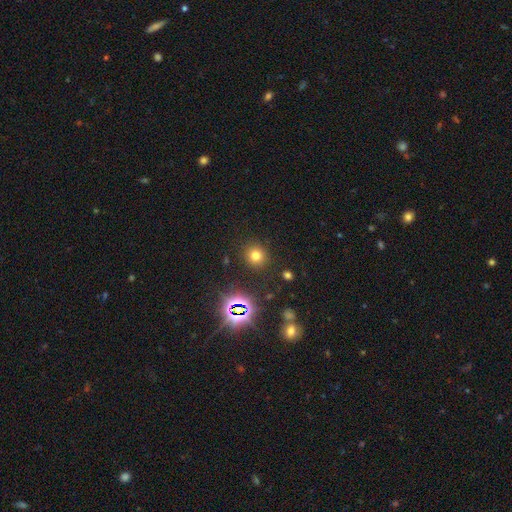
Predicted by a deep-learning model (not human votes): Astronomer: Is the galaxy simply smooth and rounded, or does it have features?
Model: smooth — 69%.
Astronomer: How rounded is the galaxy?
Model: round — 90%.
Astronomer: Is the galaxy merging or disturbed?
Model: none — 89%.